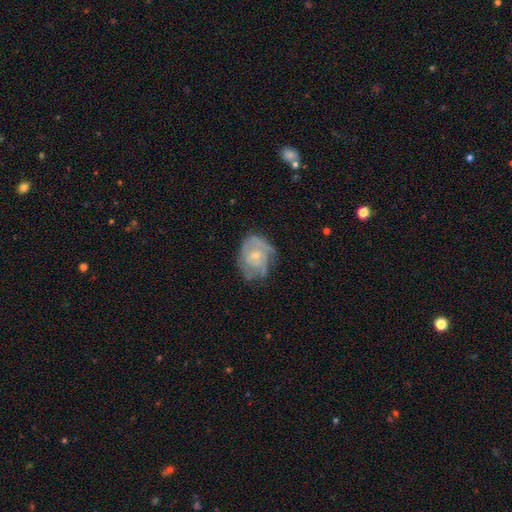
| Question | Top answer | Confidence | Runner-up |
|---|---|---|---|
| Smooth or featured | featured or disk | 76% | smooth (19%) |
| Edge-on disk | no | 96% | yes (4%) |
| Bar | no | 70% | weak (22%) |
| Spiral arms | yes | 67% | no (33%) |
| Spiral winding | medium | 50% | tight (39%) |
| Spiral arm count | can't tell | 56% | 3 (33%) |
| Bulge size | small | 48% | moderate (44%) |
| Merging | major disturbance | 34% | none (31%) |